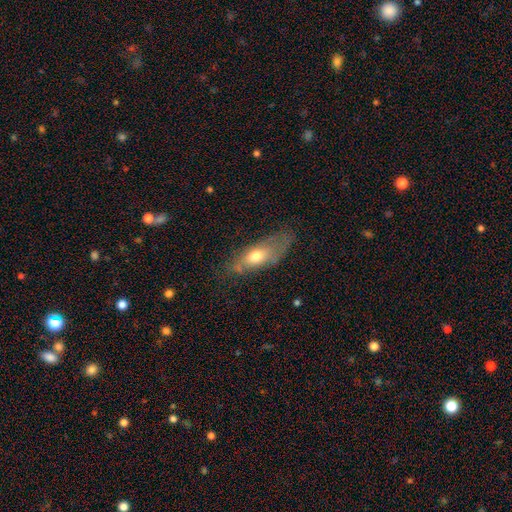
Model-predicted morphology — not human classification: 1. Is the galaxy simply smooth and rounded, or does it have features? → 59% smooth, 33% featured or disk, 7% star or artifact.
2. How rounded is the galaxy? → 72% in between, 24% cigar-shaped, 4% round.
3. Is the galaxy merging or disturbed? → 53% none, 29% minor disturbance, 15% major disturbance, 3% merger.